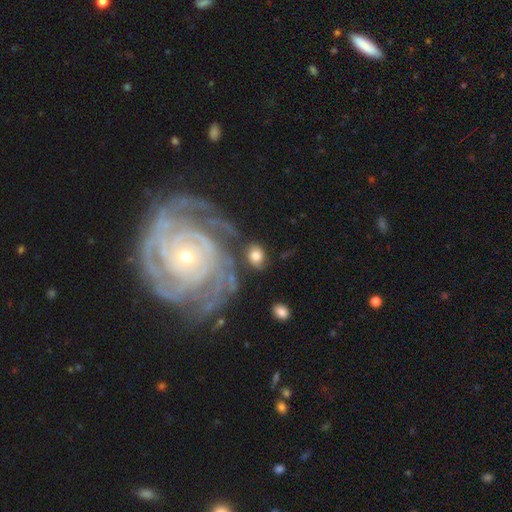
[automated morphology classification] This is likely a smooth galaxy (68%). How rounded: possibly in between (52%). Merging: likely none (67%).